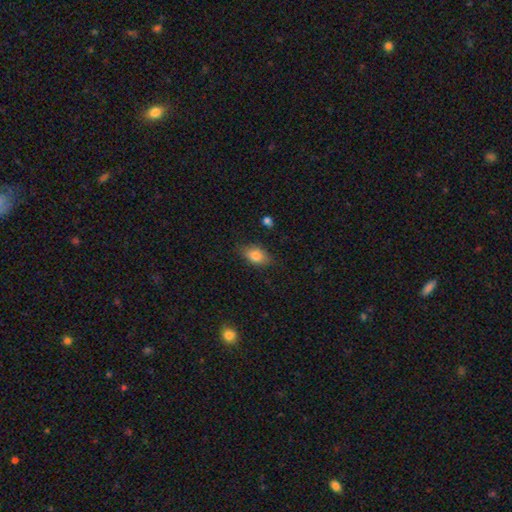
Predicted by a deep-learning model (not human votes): Smooth or featured?
  - smooth: 81% *
  - featured or disk: 11%
  - star or artifact: 9%
How rounded?
  - in between: 84% *
  - round: 13%
  - cigar-shaped: 3%
Merging?
  - none: 78% *
  - minor disturbance: 17%
  - major disturbance: 4%
  - merger: 2%